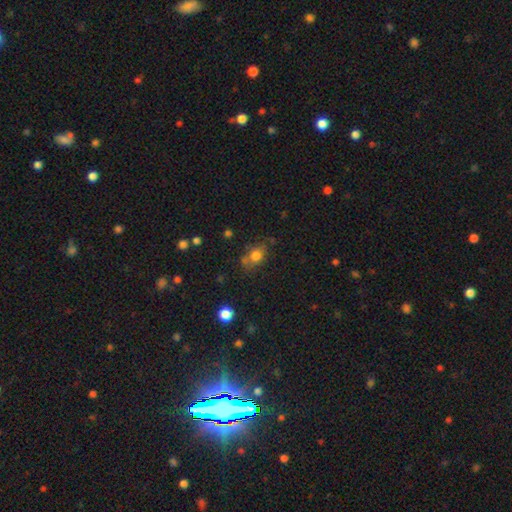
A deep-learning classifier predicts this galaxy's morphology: This is likely a smooth galaxy (75%). How rounded: possibly in between (53%). Merging: likely none (60%).